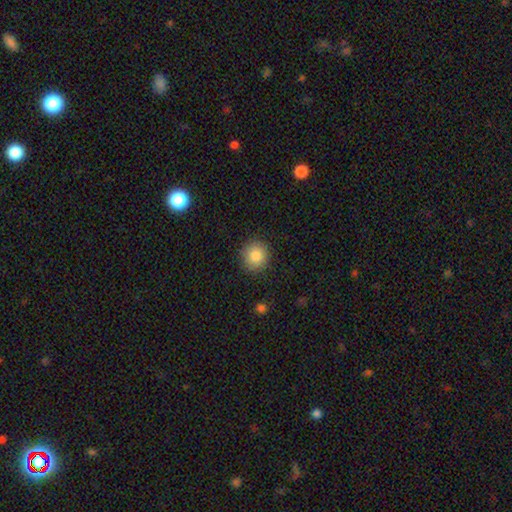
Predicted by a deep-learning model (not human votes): Morphology: type=smooth (85%); roundness=round (91%); merging=none (89%).